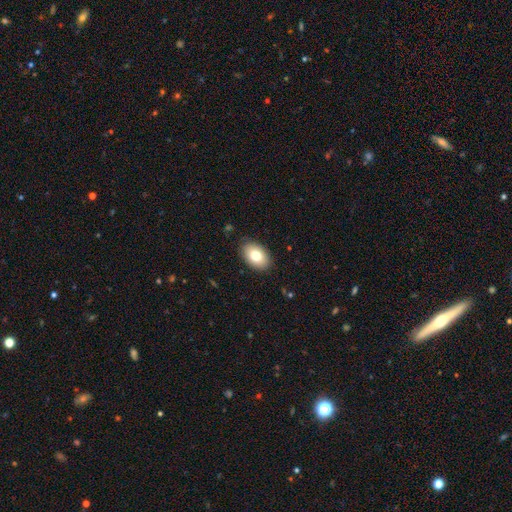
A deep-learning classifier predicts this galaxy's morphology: Smooth or featured?
  - smooth: 80% *
  - featured or disk: 13%
  - star or artifact: 8%
How rounded?
  - in between: 87% *
  - round: 12%
  - cigar-shaped: 1%
Merging?
  - none: 87% *
  - minor disturbance: 10%
  - major disturbance: 2%
  - merger: 1%